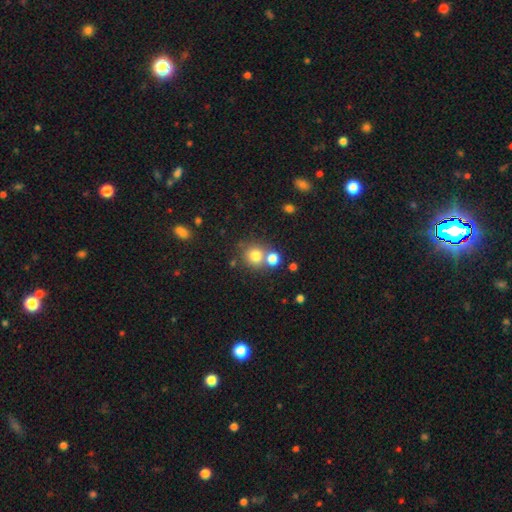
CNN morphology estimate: smooth-or-featured: smooth: 77% | star or artifact: 14% | featured or disk: 9%
  how-rounded: round: 87% | in between: 12% | cigar-shaped: 1%
  merging: none: 60% | merger: 29% | minor disturbance: 8% | major disturbance: 3%